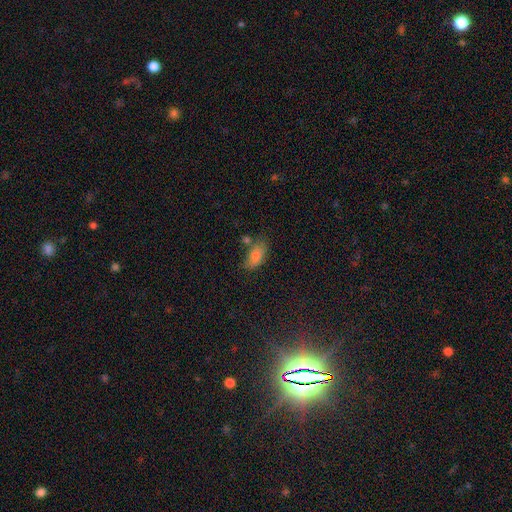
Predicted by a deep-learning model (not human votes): Smooth or featured? Predicted: smooth (p=0.81). How rounded? Predicted: in between (p=0.91). Merging? Predicted: none (p=0.49).